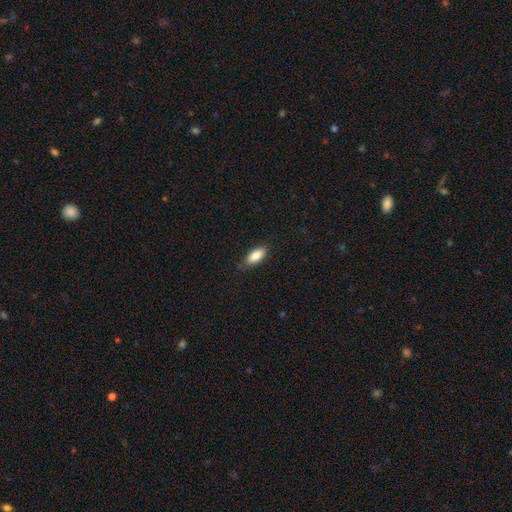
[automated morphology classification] smooth_or_featured: smooth (p=0.85) [alt: featured or disk p=0.09]
how_rounded: in between (p=0.85) [alt: cigar-shaped p=0.13]
merging: none (p=0.82) [alt: minor disturbance p=0.14]